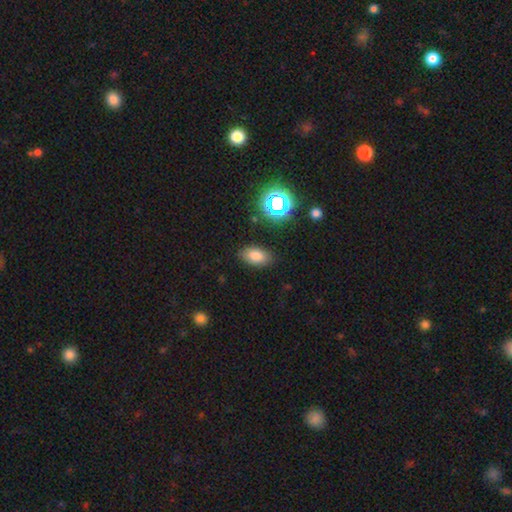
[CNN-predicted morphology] The model was most divided on "smooth or featured": smooth: 77%, star or artifact: 14%, featured or disk: 9%. More confident: how rounded — in between (90%); merging — none (85%).